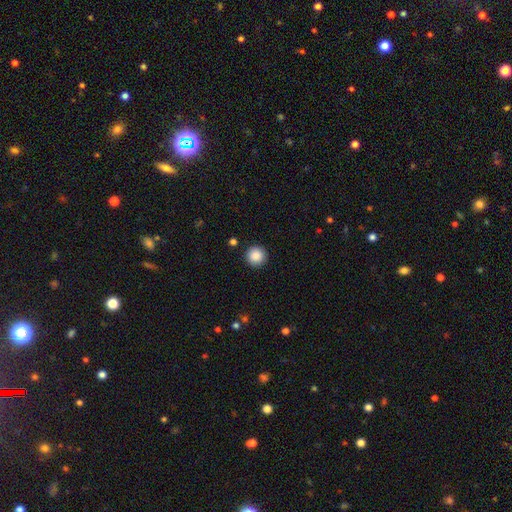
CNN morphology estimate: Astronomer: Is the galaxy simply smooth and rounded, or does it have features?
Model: smooth — 88%.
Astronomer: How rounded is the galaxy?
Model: round — 96%.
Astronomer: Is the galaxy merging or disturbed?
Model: none — 93%.